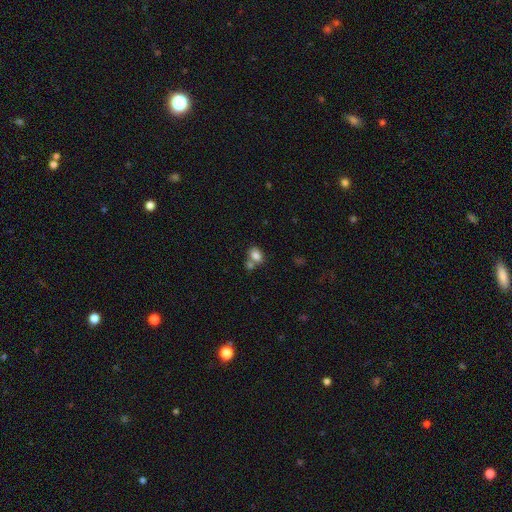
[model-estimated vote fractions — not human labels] smooth 81%, star or artifact 10%, featured or disk 9%. Down the decision tree: how rounded — in between (71%); merging — none (45%).